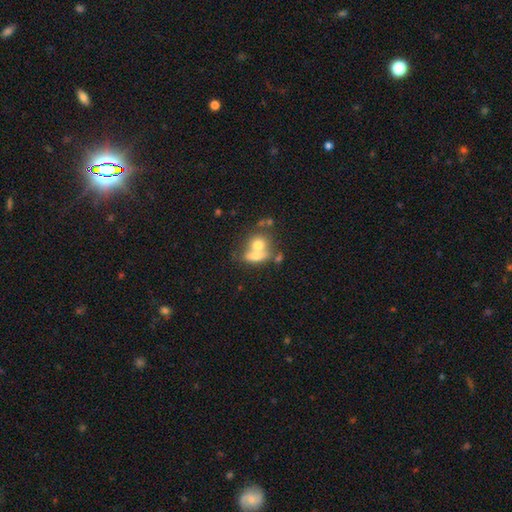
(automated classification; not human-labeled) This is likely a smooth galaxy (66%). How rounded: possibly in between (56%). Merging: likely merger (63%).